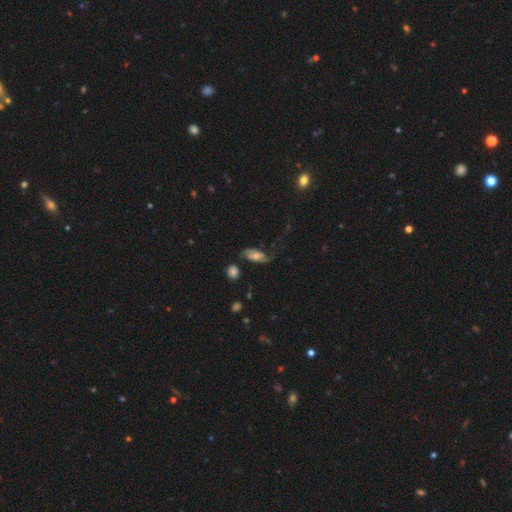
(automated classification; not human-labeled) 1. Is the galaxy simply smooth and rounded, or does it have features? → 64% featured or disk, 28% smooth, 8% star or artifact.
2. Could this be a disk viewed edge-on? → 93% no, 7% yes.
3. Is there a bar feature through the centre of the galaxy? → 56% no, 32% weak, 13% strong.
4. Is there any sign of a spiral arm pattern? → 89% yes, 11% no.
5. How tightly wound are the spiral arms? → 52% loose, 32% medium, 16% tight.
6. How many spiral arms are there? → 81% 2, 9% 1, 7% can't tell, 1% 3, 1% 4, 1% more than 4.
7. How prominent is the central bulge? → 57% moderate, 31% small, 7% large, 3% none, 2% dominant.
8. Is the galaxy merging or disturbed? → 51% none, 22% minor disturbance, 22% major disturbance, 4% merger.